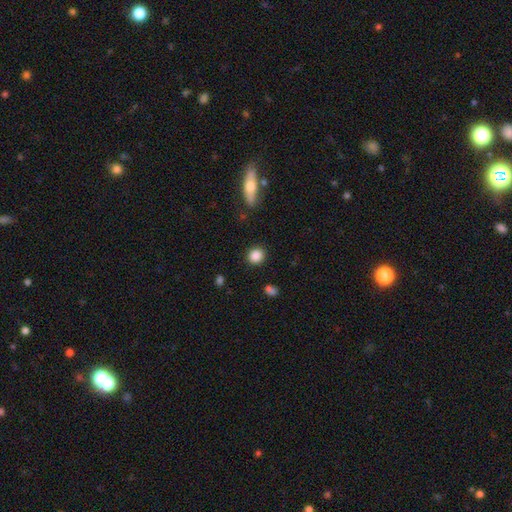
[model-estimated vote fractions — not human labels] smooth_or_featured: smooth (p=0.87) [alt: star or artifact p=0.09]
how_rounded: round (p=0.83) [alt: in between p=0.15]
merging: none (p=0.88) [alt: minor disturbance p=0.07]